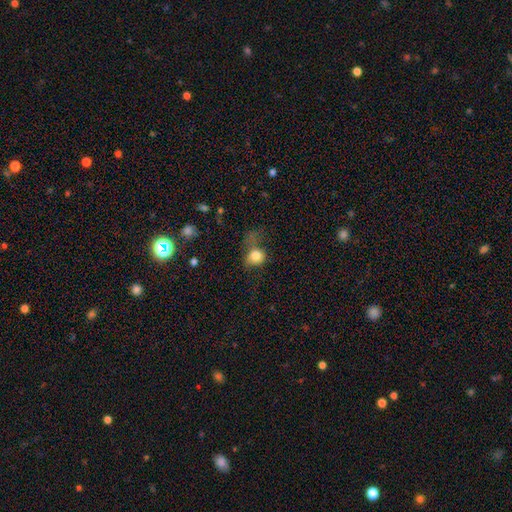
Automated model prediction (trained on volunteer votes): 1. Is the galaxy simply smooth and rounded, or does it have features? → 77% smooth, 12% featured or disk, 11% star or artifact.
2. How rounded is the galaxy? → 70% round, 28% in between, 1% cigar-shaped.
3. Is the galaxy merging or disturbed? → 37% major disturbance, 30% none, 24% minor disturbance, 9% merger.